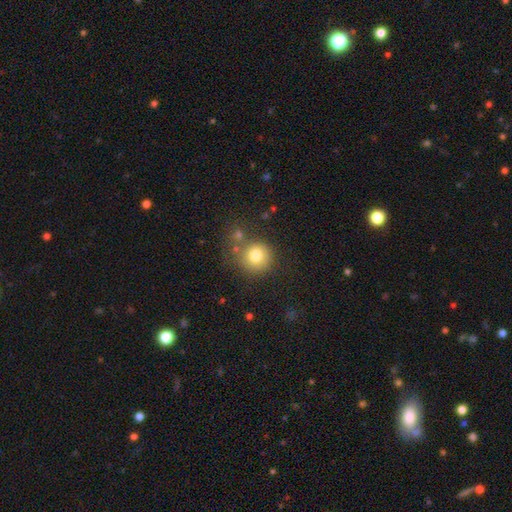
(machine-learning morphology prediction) smooth_or_featured: smooth (p=0.79) [alt: star or artifact p=0.12]
how_rounded: round (p=0.91) [alt: in between p=0.08]
merging: none (p=0.68) [alt: minor disturbance p=0.13]